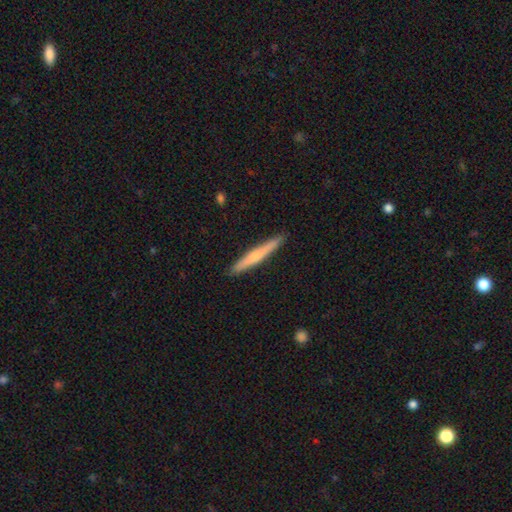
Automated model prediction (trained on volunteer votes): Smooth or featured?
  - smooth: 55% *
  - featured or disk: 40%
  - star or artifact: 5%
How rounded?
  - cigar-shaped: 96% *
  - in between: 3%
  - round: 1%
Merging?
  - none: 91% *
  - minor disturbance: 6%
  - major disturbance: 1%
  - merger: 1%